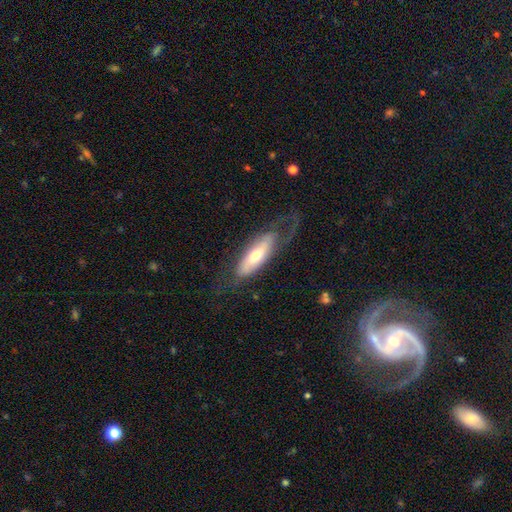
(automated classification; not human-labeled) This appears to be a featured or disk galaxy (55%). Merging: none (51%).